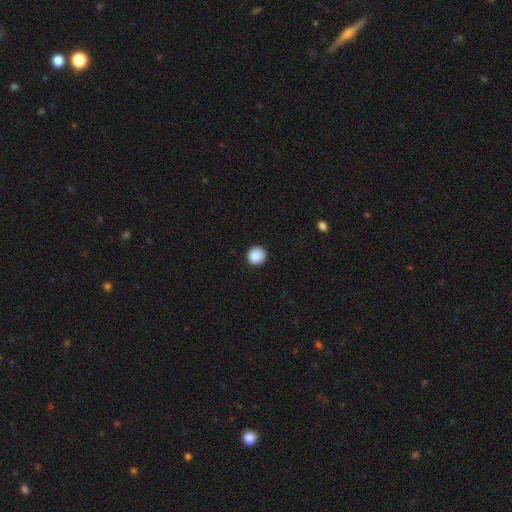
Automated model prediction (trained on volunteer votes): A smooth galaxy with no disk features (89%) that is round (95%).

Vote fractions:
- Smooth or featured? smooth: 89% / star or artifact: 8% / featured or disk: 2%
- How rounded? round: 95% / in between: 4% / cigar-shaped: 1%
- Merging? none: 93% / minor disturbance: 5% / major disturbance: 2% / merger: 1%